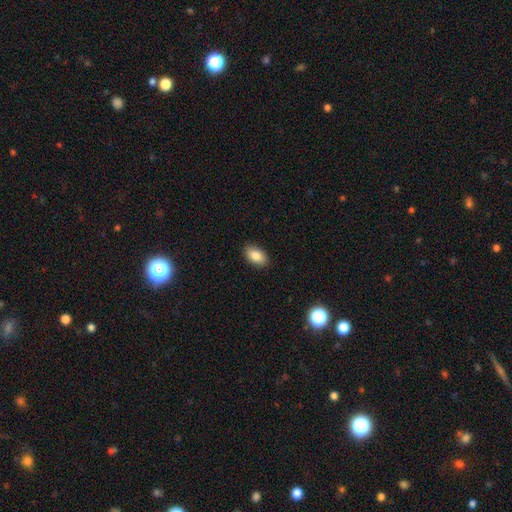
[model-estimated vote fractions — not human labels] Morphology: type=smooth (85%); roundness=in between (92%); merging=none (89%).